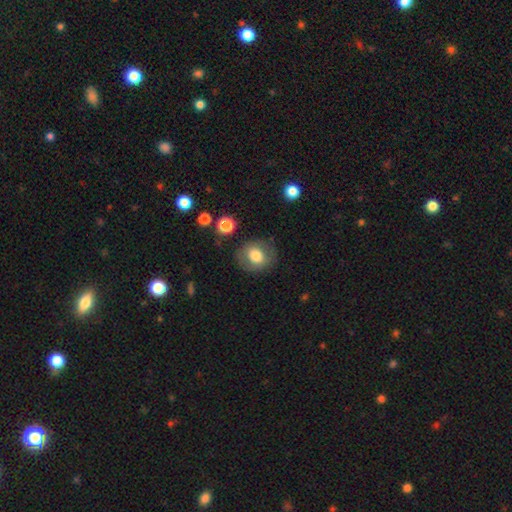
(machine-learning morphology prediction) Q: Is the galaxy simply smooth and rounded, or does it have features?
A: smooth — 73%.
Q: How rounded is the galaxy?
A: round — 68%.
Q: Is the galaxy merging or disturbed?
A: none — 81%.